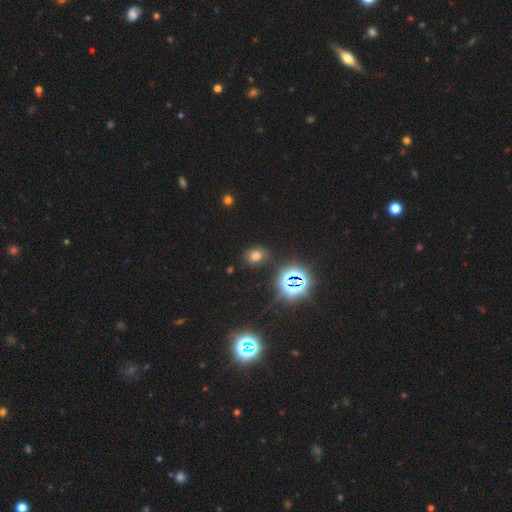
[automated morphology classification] smooth-or-featured: smooth: 60% | star or artifact: 32% | featured or disk: 8%
  how-rounded: in between: 56% | round: 42% | cigar-shaped: 1%
  merging: none: 80% | minor disturbance: 13% | major disturbance: 4% | merger: 3%